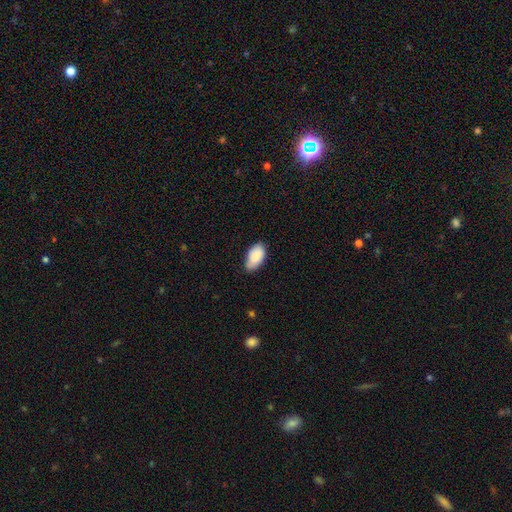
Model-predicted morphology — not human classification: smooth-or-featured: smooth: 88% | star or artifact: 6% | featured or disk: 6%
  how-rounded: in between: 95% | round: 3% | cigar-shaped: 2%
  merging: none: 66% | minor disturbance: 29% | major disturbance: 3% | merger: 1%